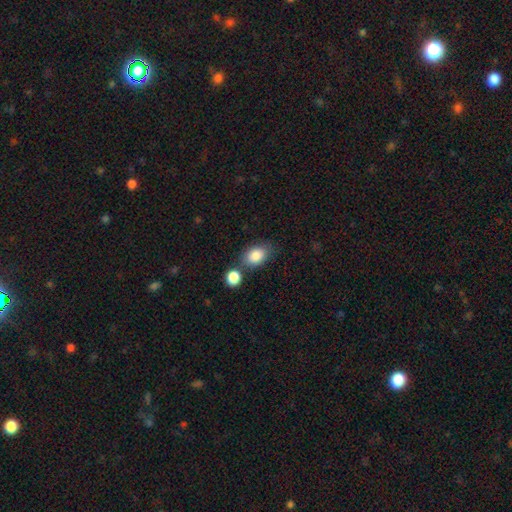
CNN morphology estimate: This appears to be a smooth galaxy with no disk features (85%) that is in between round and cigar-shaped (78%). Merging: none (63%).